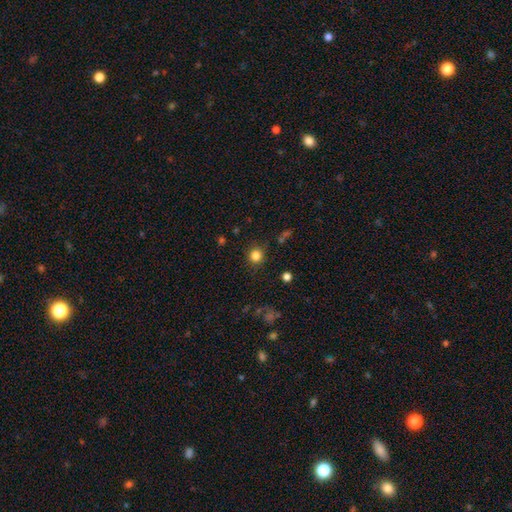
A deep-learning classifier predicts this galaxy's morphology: Smooth or featured: smooth — 82% (star or artifact — 13%)
How rounded: round — 89% (in between — 10%)
Merging: none — 85% (minor disturbance — 9%)